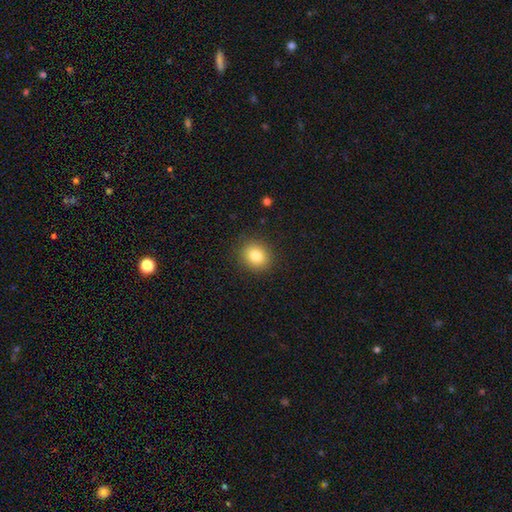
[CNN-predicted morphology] Smooth or featured? smooth (83%)
How rounded? round (69%)
Merging? none (89%)